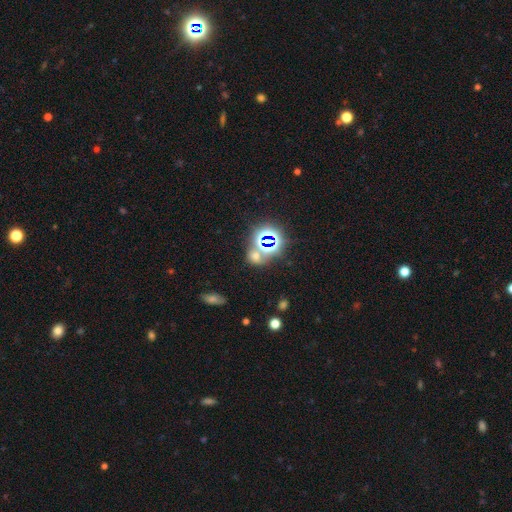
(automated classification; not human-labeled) This appears to be a star or artifact, not a galaxy (54%).